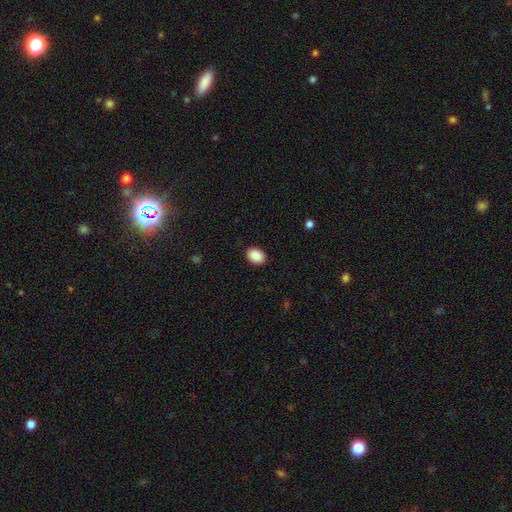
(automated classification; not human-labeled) Q: Smooth or featured?
A: smooth (90%); runner-up: star or artifact (7%)
Q: How rounded?
A: in between (69%); runner-up: round (30%)
Q: Merging?
A: none (90%); runner-up: minor disturbance (7%)